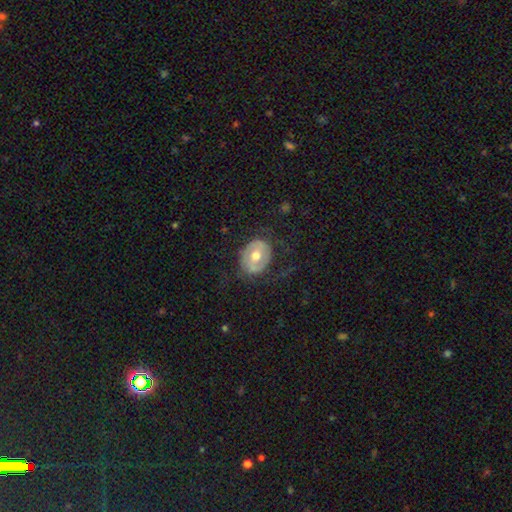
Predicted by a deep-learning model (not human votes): Overall: featured or disk (53%; smooth 41%). Edge-on disk: no (95%). Bar: no (58%; weak 29%). Spiral arms: no (55%; yes 45%). Bulge size: moderate (78%). Merging: none (66%).